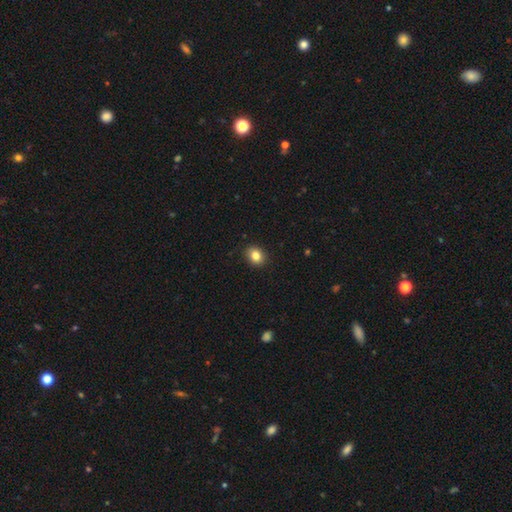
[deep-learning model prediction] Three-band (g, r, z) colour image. It shows a smooth galaxy with no disk features (83%) that is round (53%). Merging: none (91%).